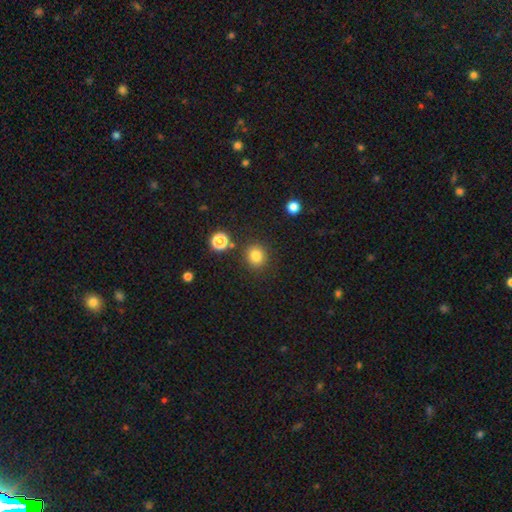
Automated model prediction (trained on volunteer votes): Morphology: type=smooth (82%); roundness=round (88%); merging=none (86%).